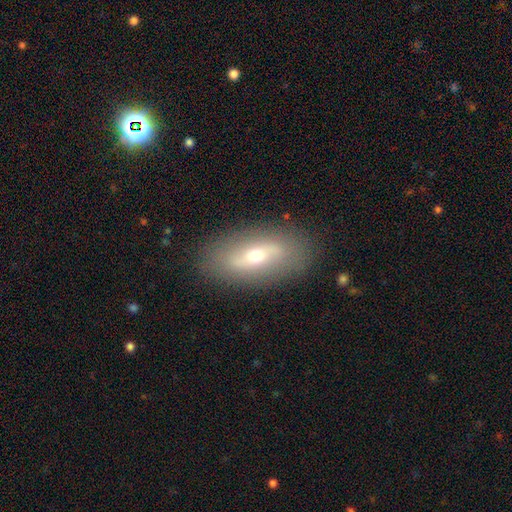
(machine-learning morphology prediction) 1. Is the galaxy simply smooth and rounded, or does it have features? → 50% featured or disk, 41% smooth, 9% star or artifact.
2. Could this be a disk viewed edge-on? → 77% no, 23% yes.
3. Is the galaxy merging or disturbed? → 86% none, 9% minor disturbance, 3% major disturbance, 1% merger.